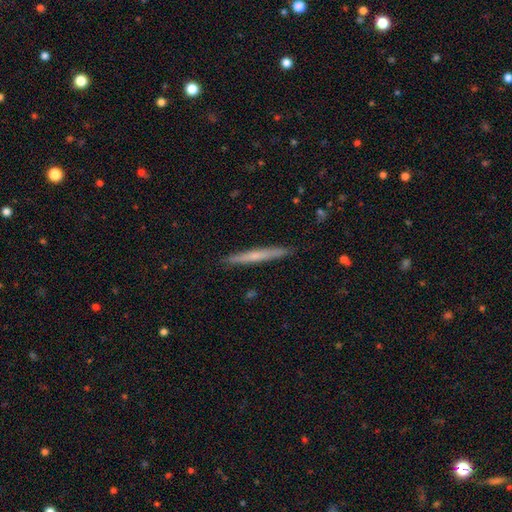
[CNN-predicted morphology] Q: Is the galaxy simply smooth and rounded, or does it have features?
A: smooth — 49%.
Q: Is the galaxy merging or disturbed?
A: none — 91%.